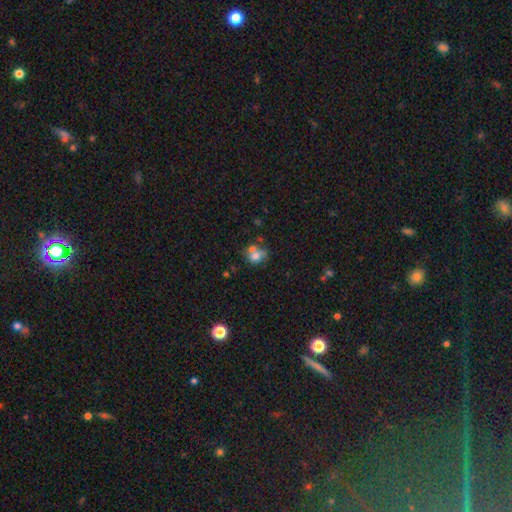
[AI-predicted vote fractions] smooth-or-featured: smooth: 67% | featured or disk: 21% | star or artifact: 13%
  how-rounded: in between: 51% | round: 48% | cigar-shaped: 1%
  merging: merger: 43% | none: 34% | minor disturbance: 15% | major disturbance: 8%